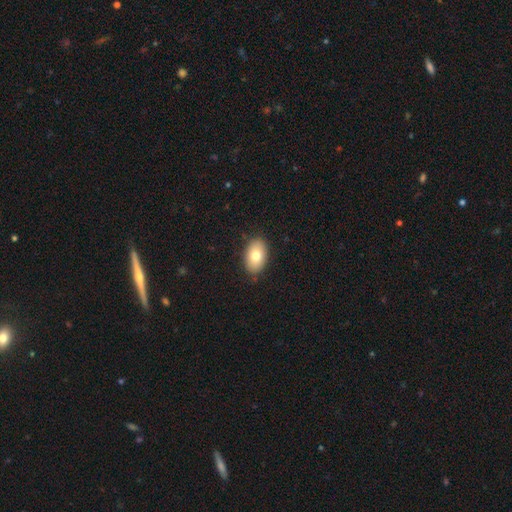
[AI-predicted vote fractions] This appears to be a smooth galaxy with no disk features (77%) that is in between round and cigar-shaped (90%). Merging: none (87%).